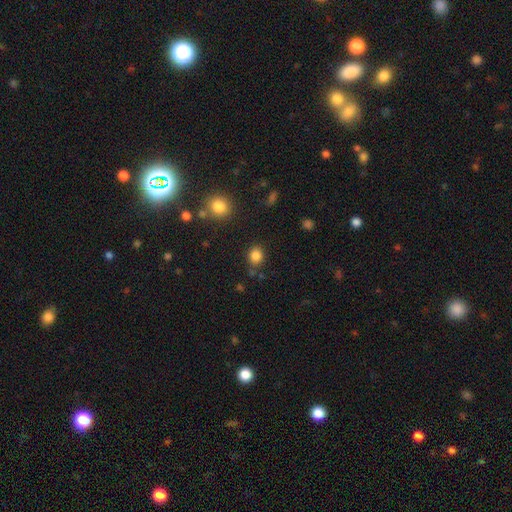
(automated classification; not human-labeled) Smooth or featured? smooth (84%)
How rounded? round (69%)
Merging? none (81%)